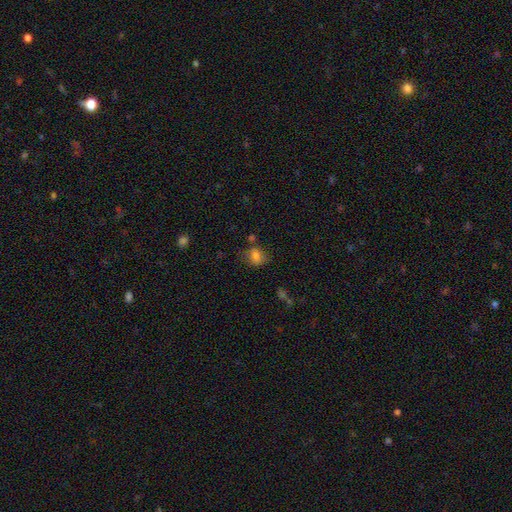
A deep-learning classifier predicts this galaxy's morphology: smooth_or_featured: smooth (p=0.78) [alt: star or artifact p=0.12]
how_rounded: round (p=0.52) [alt: in between p=0.47]
merging: none (p=0.65) [alt: minor disturbance p=0.21]